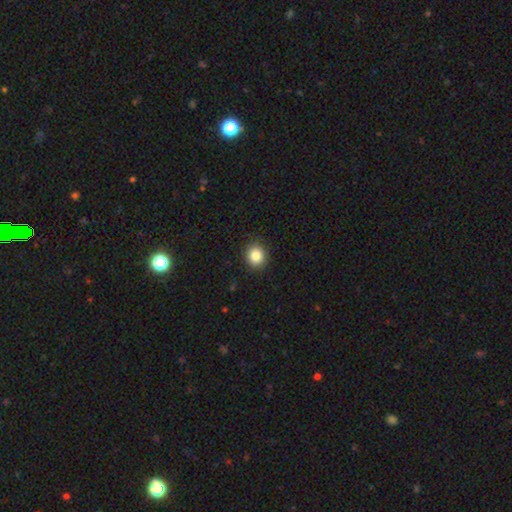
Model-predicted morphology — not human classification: Smooth or featured? smooth (85%)
How rounded? round (81%)
Merging? none (90%)